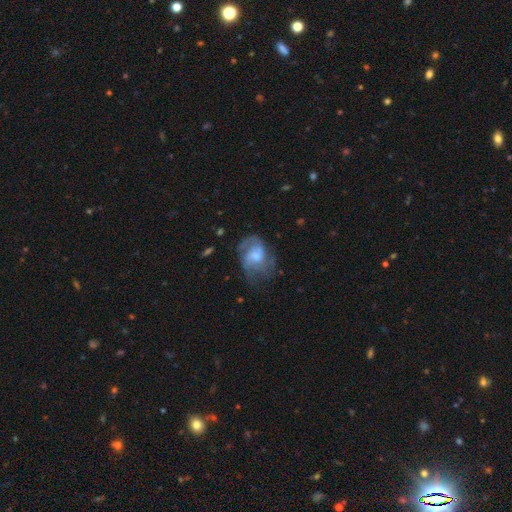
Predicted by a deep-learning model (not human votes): The model was most divided on "bulge size": small: 46%, moderate: 45%, none: 4%, large: 4%, dominant: 1%. Remaining: edge-on disk — no (97%); spiral arms — yes (74%); bar — no (66%); smooth or featured — featured or disk (63%); merging — none (47%).